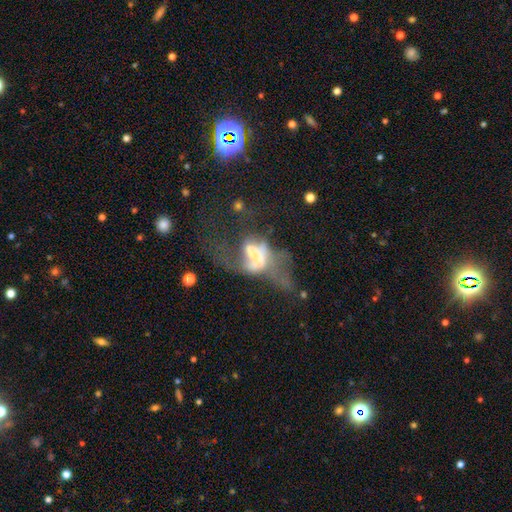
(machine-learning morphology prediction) Smooth or featured: featured or disk — 57% (smooth — 31%)
Edge-on disk: no — 95% (yes — 5%)
Bar: no — 75% (weak — 16%)
Spiral arms: no — 75% (yes — 25%)
Bulge size: moderate — 29% (large — 23%)
Merging: major disturbance — 47% (merger — 35%)